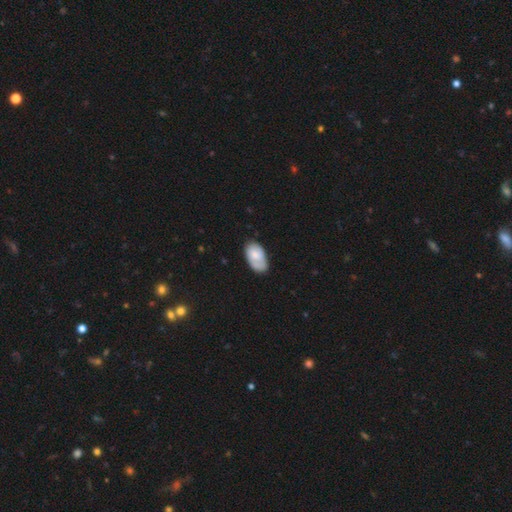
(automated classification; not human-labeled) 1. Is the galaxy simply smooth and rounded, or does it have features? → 70% smooth, 24% featured or disk, 6% star or artifact.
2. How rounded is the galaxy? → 94% in between, 4% round, 2% cigar-shaped.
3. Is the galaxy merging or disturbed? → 62% none, 28% minor disturbance, 7% major disturbance, 3% merger.